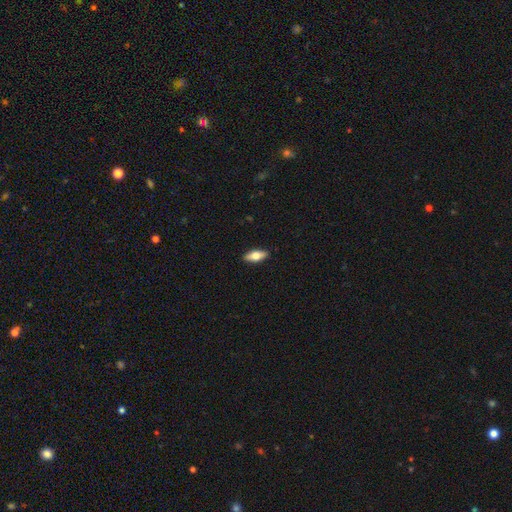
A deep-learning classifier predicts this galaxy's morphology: Smooth or featured? Predicted: smooth (p=0.65). How rounded? Predicted: in between (p=0.77). Merging? Predicted: none (p=0.90).